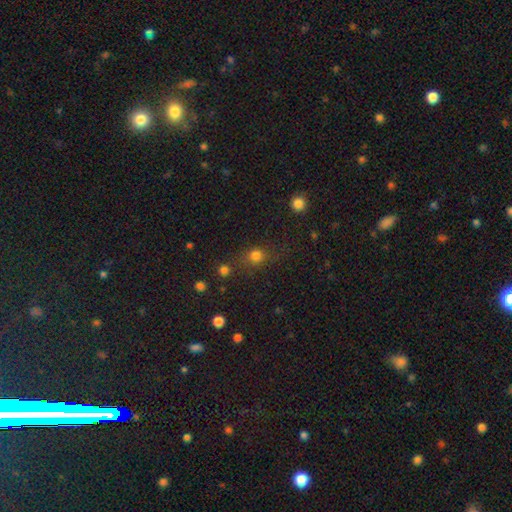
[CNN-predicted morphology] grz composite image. It shows a smooth galaxy with no disk features (76%) that is round (77%). Merging: none (67%).